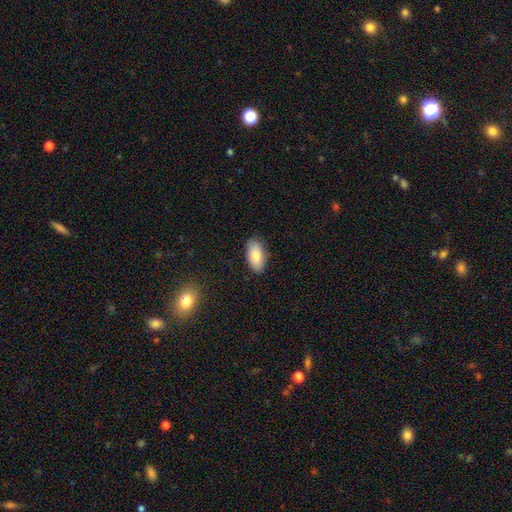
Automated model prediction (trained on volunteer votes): smooth 86%, featured or disk 8%, star or artifact 6%. Down the decision tree: how rounded — in between (93%); merging — none (87%).